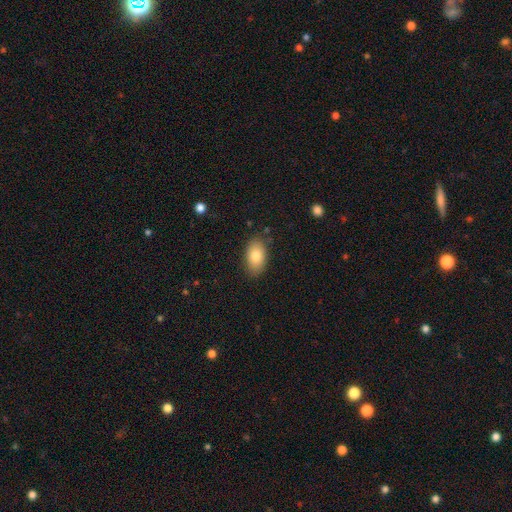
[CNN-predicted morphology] smooth 81%, featured or disk 12%, star or artifact 8%. Down the decision tree: how rounded — in between (91%); merging — none (84%).